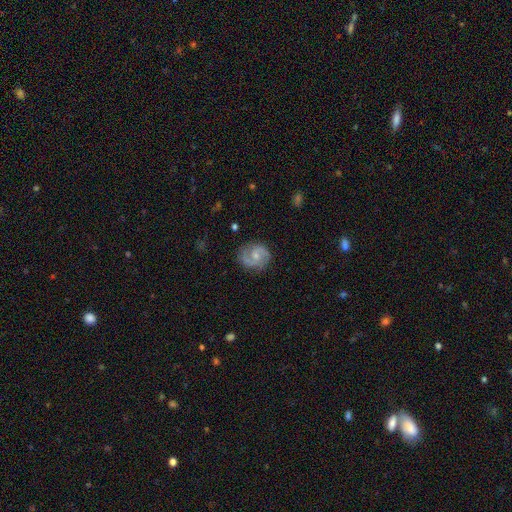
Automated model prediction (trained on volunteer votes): Smooth or featured? featured or disk (80%)
Edge-on disk? no (98%)
Bar? no (56%)
Spiral arms? yes (96%)
Spiral winding? medium (54%)
Spiral arm count? 2 (89%)
Bulge size? small (54%)
Merging? none (81%)